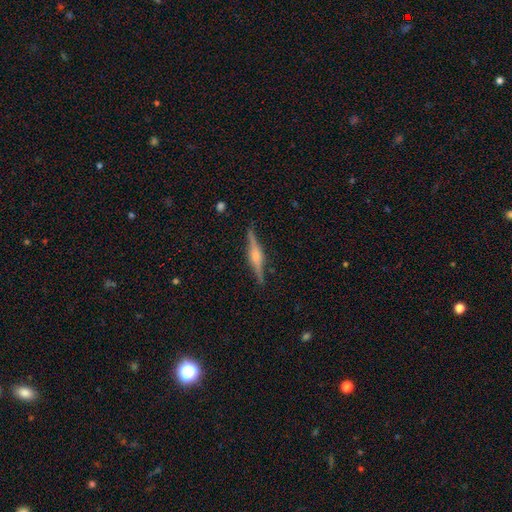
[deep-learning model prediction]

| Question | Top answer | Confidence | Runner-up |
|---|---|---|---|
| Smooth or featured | featured or disk | 80% | smooth (14%) |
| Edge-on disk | yes | 98% | no (2%) |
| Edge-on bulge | rounded | 81% | boxy (15%) |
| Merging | none | 89% | minor disturbance (8%) |